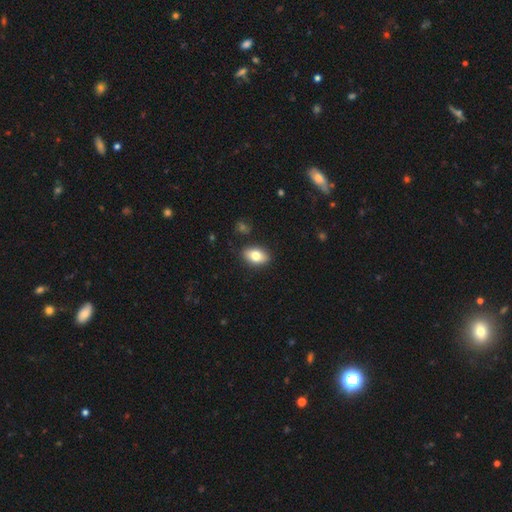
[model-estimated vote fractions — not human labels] smooth_or_featured: smooth (p=0.77) [alt: featured or disk p=0.15]
how_rounded: in between (p=0.87) [alt: round p=0.11]
merging: none (p=0.86) [alt: minor disturbance p=0.10]